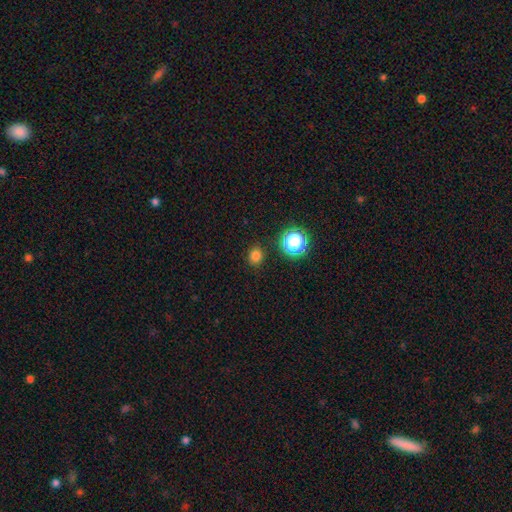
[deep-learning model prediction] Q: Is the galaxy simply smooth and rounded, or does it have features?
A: smooth — 77%.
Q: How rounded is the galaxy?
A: round — 78%.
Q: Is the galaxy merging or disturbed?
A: none — 89%.